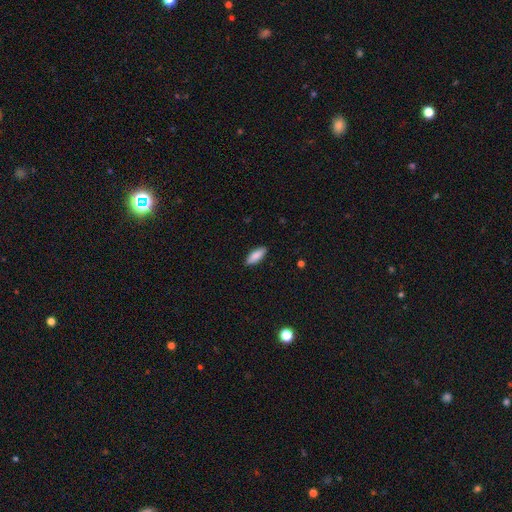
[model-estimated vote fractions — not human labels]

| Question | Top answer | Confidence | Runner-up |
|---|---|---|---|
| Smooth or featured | smooth | 86% | featured or disk (8%) |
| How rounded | in between | 69% | cigar-shaped (29%) |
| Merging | none | 90% | minor disturbance (8%) |